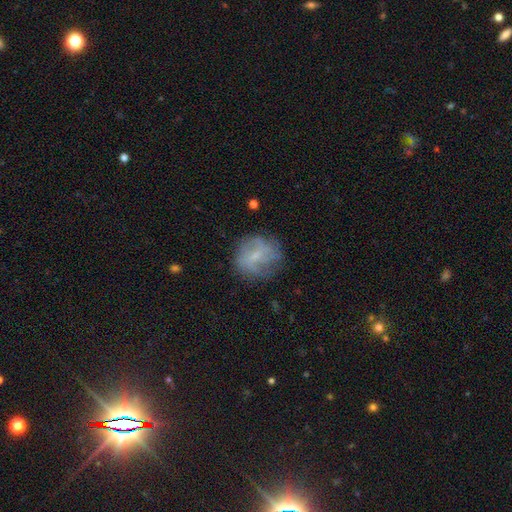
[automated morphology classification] Overall: featured or disk (48%; smooth 42%). Merging: none (68%).